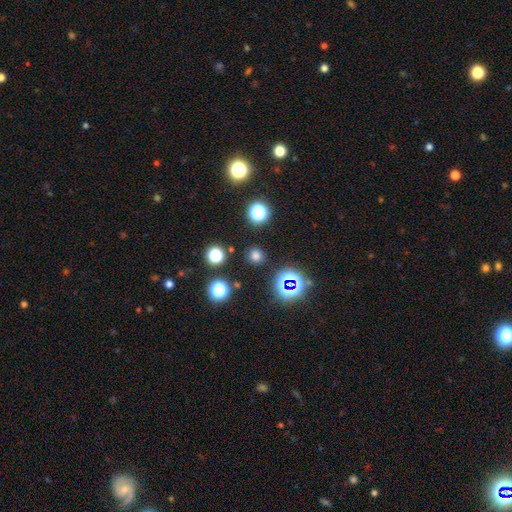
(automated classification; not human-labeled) Smooth or featured? smooth (69%)
How rounded? round (92%)
Merging? none (89%)